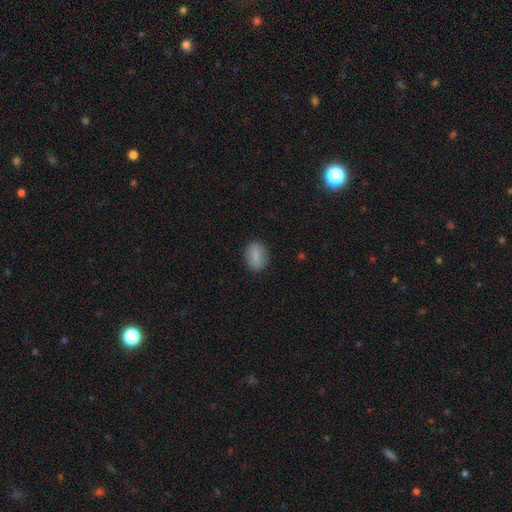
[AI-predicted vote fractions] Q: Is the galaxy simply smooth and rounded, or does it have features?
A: smooth — 83%.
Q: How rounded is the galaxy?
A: in between — 65%.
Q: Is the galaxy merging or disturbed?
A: none — 86%.